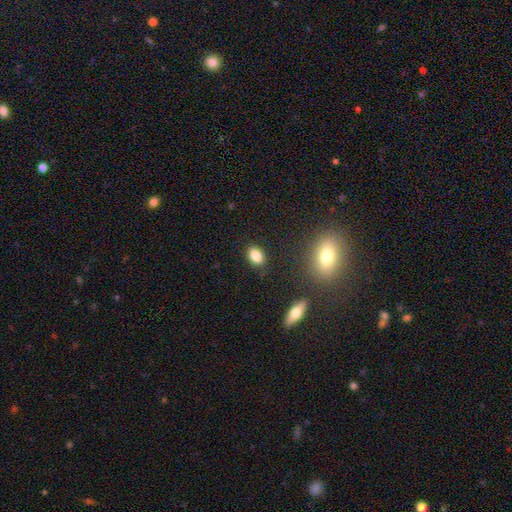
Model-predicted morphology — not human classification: This is clearly a smooth galaxy (84%). How rounded: clearly in between (83%). Merging: clearly none (86%).